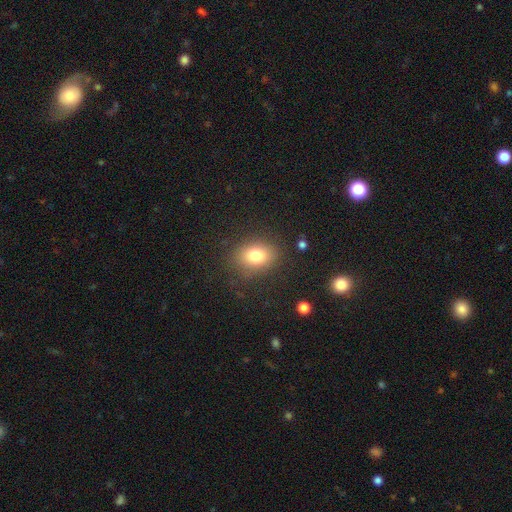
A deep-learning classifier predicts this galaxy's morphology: Smooth or featured? smooth (80%)
How rounded? in between (64%)
Merging? none (82%)